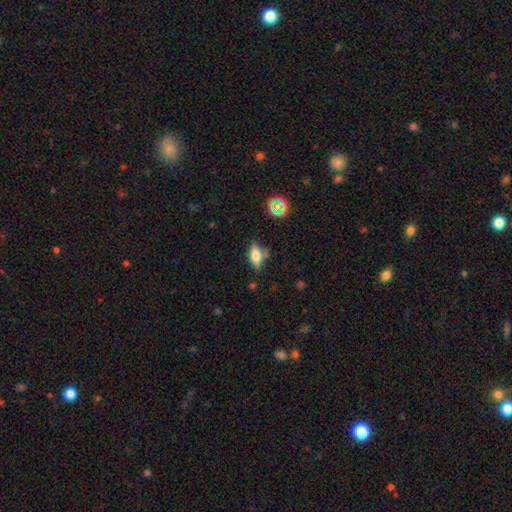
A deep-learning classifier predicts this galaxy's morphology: type=smooth (54%); roundness=in between (73%); merging=none (65%).